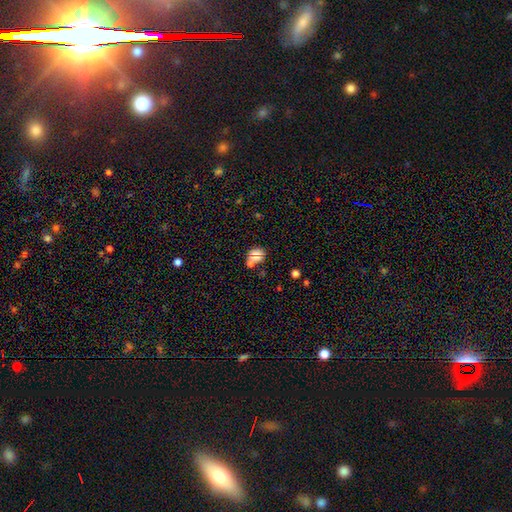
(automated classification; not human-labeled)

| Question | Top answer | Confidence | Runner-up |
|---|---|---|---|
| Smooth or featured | smooth | 61% | star or artifact (22%) |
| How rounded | round | 68% | in between (30%) |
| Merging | none | 61% | merger (22%) |